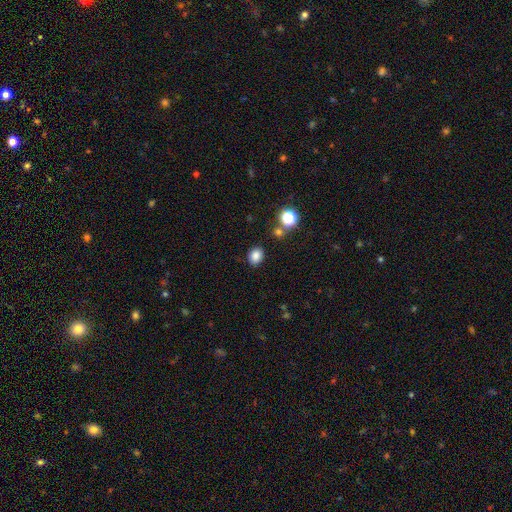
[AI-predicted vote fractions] This is clearly a smooth galaxy (83%). How rounded: possibly in between (55%). Merging: clearly none (83%).